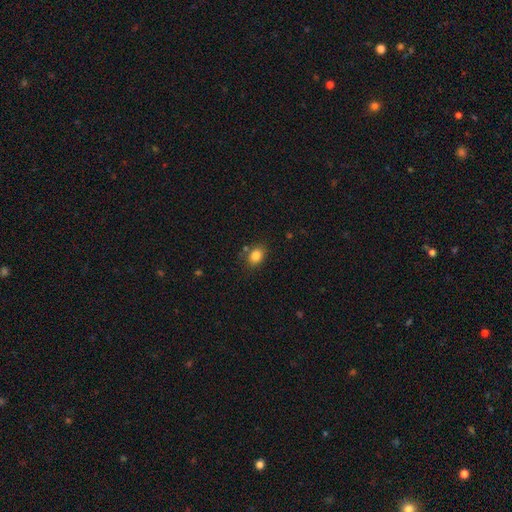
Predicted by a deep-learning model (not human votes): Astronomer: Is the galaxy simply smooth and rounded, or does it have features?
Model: smooth — 84%.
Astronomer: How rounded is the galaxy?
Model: in between — 63%.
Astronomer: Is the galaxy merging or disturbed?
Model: none — 77%.